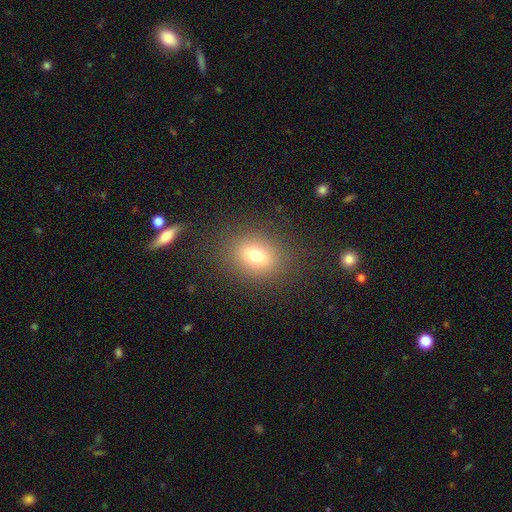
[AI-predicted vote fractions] This appears to be a smooth galaxy with no disk features (74%) that is in between round and cigar-shaped (54%). Merging: none (84%).